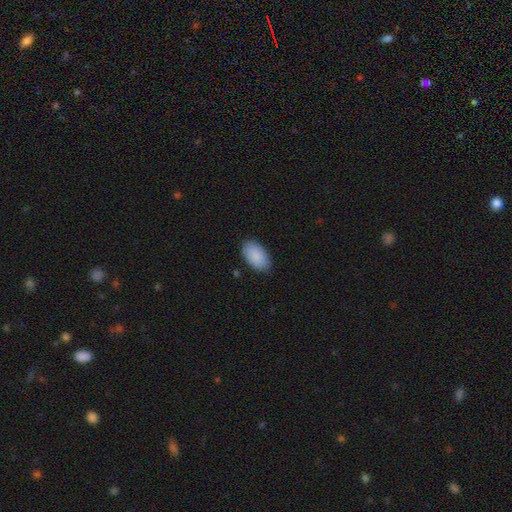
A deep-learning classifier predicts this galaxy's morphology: The model was most divided on "merging": none: 87%, minor disturbance: 10%, major disturbance: 2%, merger: 1%. More confident: how rounded — in between (95%); smooth or featured — smooth (90%).